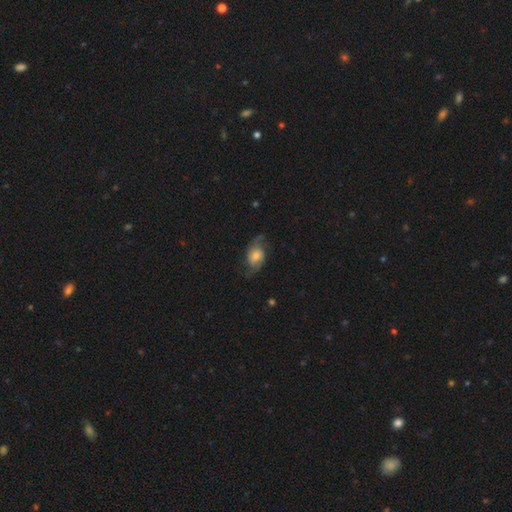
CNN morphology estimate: This appears to be a featured or disk galaxy (63%) with no bar (64%), 2 (89%) loose (56%) spiral arms (90%) and a moderate central bulge (44%). Merging: none (65%).